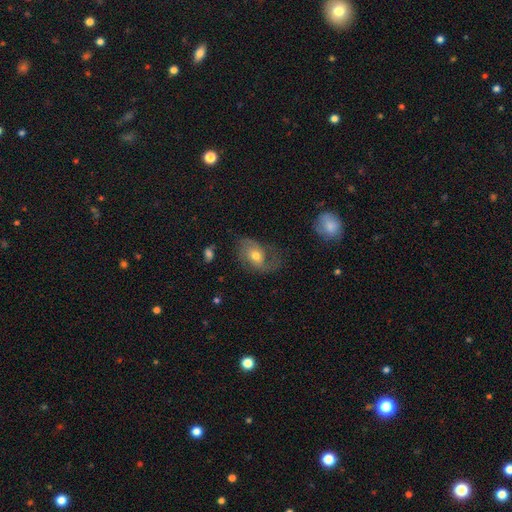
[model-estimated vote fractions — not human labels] A featured or disk galaxy (61%) with no bar (67%), spiral arms (84%) and a moderate central bulge (66%).

Vote fractions:
- Smooth or featured? featured or disk: 61% / smooth: 30% / star or artifact: 10%
- Edge-on disk? no: 95% / yes: 5%
- Bar? no: 67% / weak: 26% / strong: 7%
- Spiral arms? yes: 84% / no: 16%
- Bulge size? moderate: 66% / small: 25% / large: 7% / none: 1% / dominant: 1%
- Merging? none: 50% / major disturbance: 25% / minor disturbance: 23% / merger: 2%